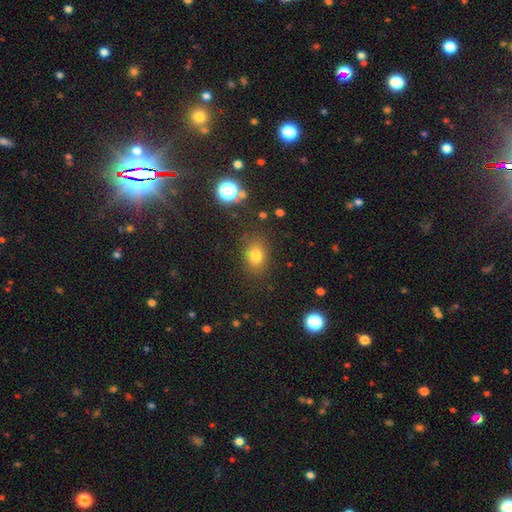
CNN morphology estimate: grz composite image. It shows a smooth galaxy with no disk features (77%) that is in between round and cigar-shaped (64%). Merging: none (82%).